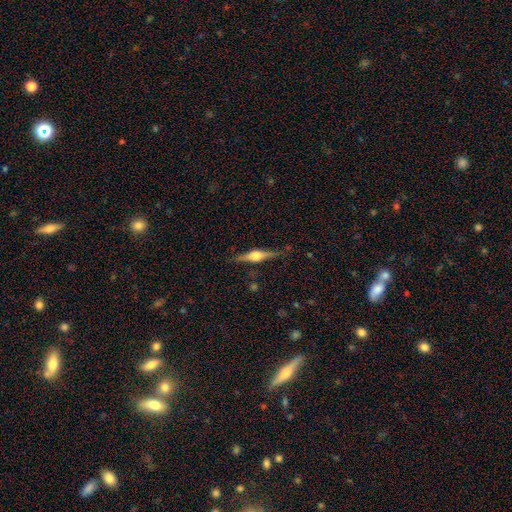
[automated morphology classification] A featured or disk galaxy (76%) viewed edge-on (98%) with a rounded central bulge (92%).

Vote fractions:
- Smooth or featured? featured or disk: 76% / smooth: 18% / star or artifact: 6%
- Edge-on disk? yes: 98% / no: 2%
- Edge-on bulge? rounded: 92% / boxy: 7% / none: 2%
- Merging? none: 86% / minor disturbance: 10% / major disturbance: 2% / merger: 1%